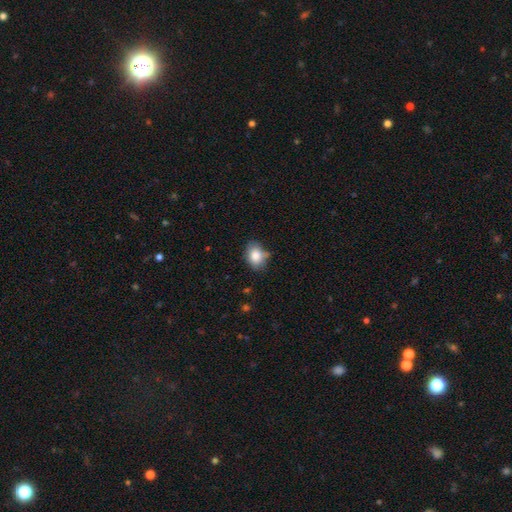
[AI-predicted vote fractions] Smooth or featured? Predicted: smooth (p=0.83). How rounded? Predicted: in between (p=0.69). Merging? Predicted: none (p=0.63).